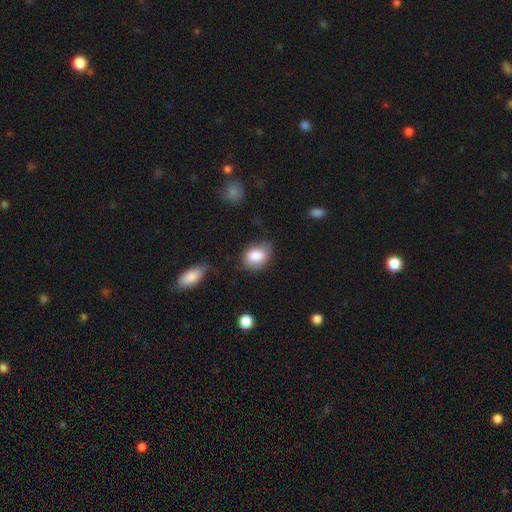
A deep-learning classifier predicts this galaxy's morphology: A smooth galaxy with no disk features (82%) that is in between round and cigar-shaped (66%). Merging: none (60%).